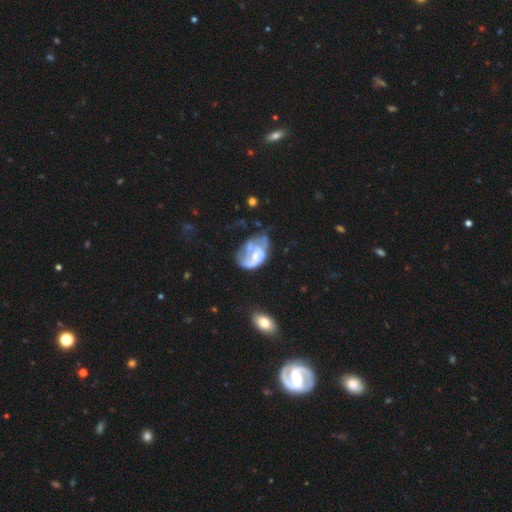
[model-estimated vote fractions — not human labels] Smooth or featured: featured or disk — 71% (smooth — 22%)
Edge-on disk: no — 98% (yes — 2%)
Bar: no — 67% (weak — 27%)
Spiral arms: yes — 65% (no — 35%)
Bulge size: small — 43% (moderate — 42%)
Merging: major disturbance — 34% (none — 28%)